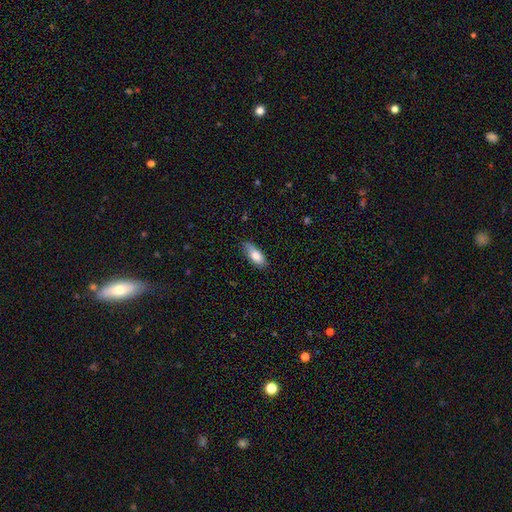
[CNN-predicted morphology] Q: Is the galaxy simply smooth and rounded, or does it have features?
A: smooth — 81%.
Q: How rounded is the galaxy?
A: in between — 79%.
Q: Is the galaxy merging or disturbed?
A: none — 74%.